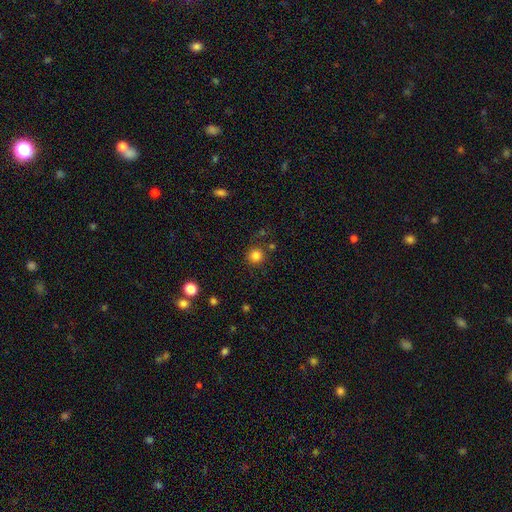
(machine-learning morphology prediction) This is clearly a smooth galaxy (83%). How rounded: clearly round (94%). Merging: clearly none (84%).